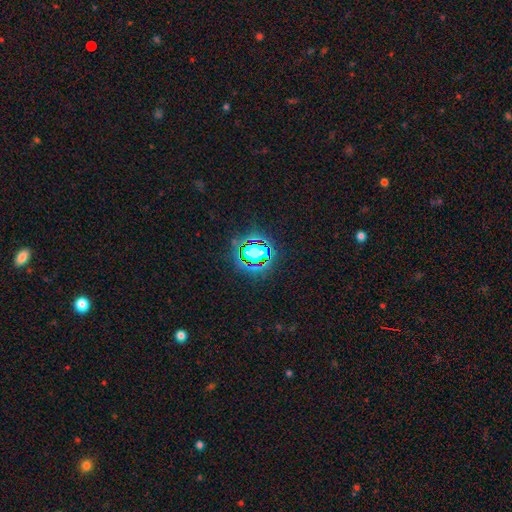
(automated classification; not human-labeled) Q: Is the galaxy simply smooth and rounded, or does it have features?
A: star or artifact — 79%.